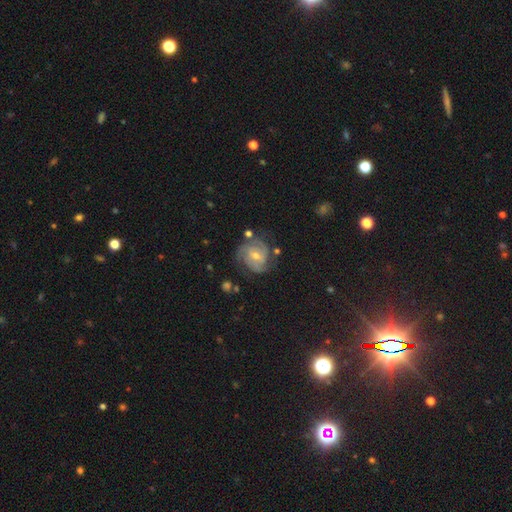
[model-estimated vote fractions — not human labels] Smooth or featured: featured or disk — 80% (smooth — 11%)
Edge-on disk: no — 98% (yes — 2%)
Bar: no — 45% (weak — 43%)
Spiral arms: yes — 96% (no — 4%)
Spiral winding: tight — 59% (medium — 33%)
Spiral arm count: 3 — 36% (2 — 26%)
Bulge size: moderate — 53% (small — 44%)
Merging: none — 71% (minor disturbance — 19%)